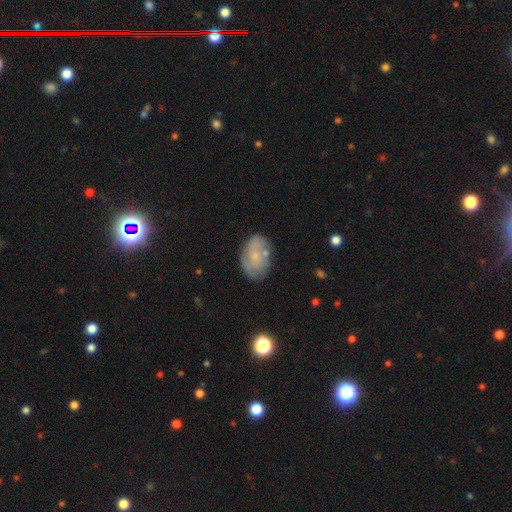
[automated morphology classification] smooth-or-featured: featured or disk: 47% | smooth: 45% | star or artifact: 8%
  merging: none: 69% | minor disturbance: 20% | major disturbance: 6% | merger: 6%